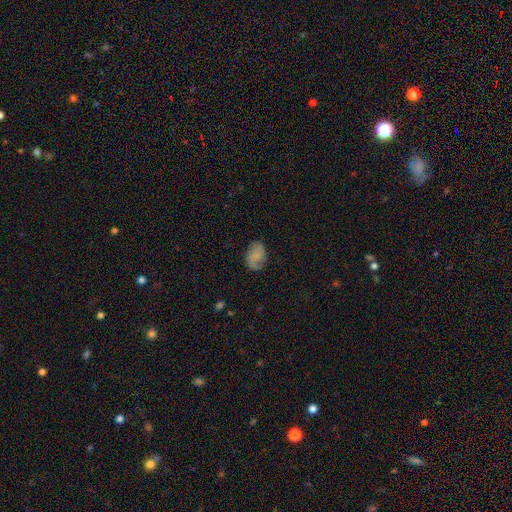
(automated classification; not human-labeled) Smooth or featured: smooth — 49% (featured or disk — 41%)
Merging: none — 73% (minor disturbance — 19%)